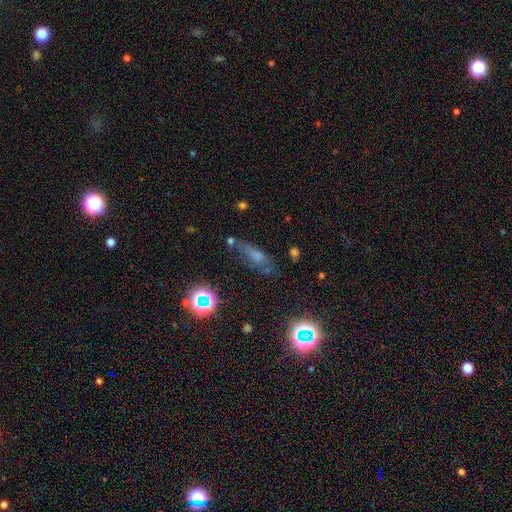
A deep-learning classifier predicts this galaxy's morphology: A smooth galaxy with no disk features (57%) that is in between round and cigar-shaped (48%). Merging: none (55%).